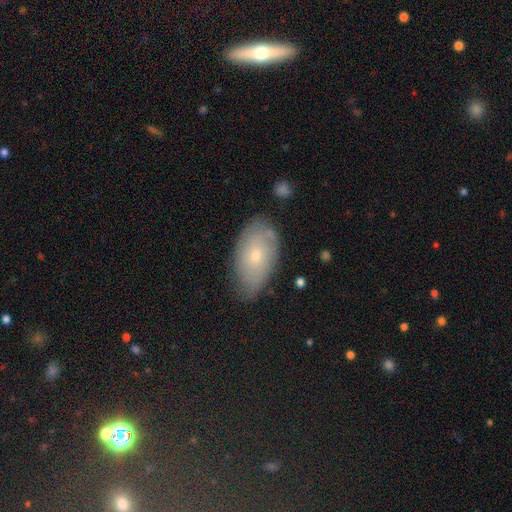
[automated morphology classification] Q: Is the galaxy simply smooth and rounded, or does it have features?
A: smooth — 50%.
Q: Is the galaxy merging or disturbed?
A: none — 68%.